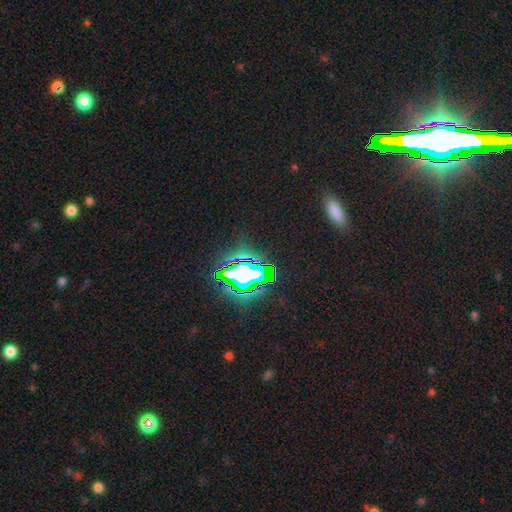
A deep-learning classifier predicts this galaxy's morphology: Smooth or featured? Predicted: star or artifact (p=0.81).